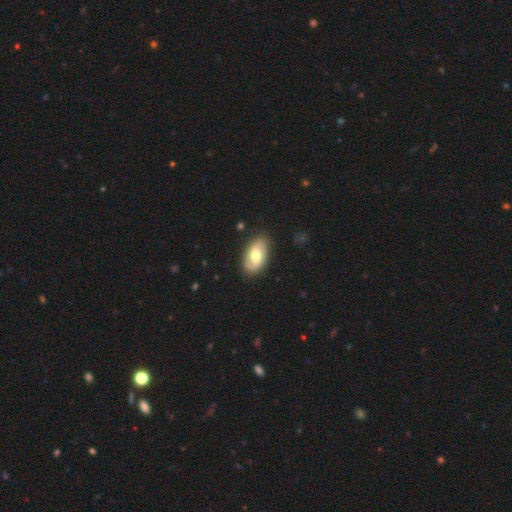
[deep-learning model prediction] Q: Smooth or featured?
A: smooth (61%); runner-up: featured or disk (33%)
Q: How rounded?
A: in between (92%); runner-up: round (6%)
Q: Merging?
A: none (82%); runner-up: minor disturbance (14%)